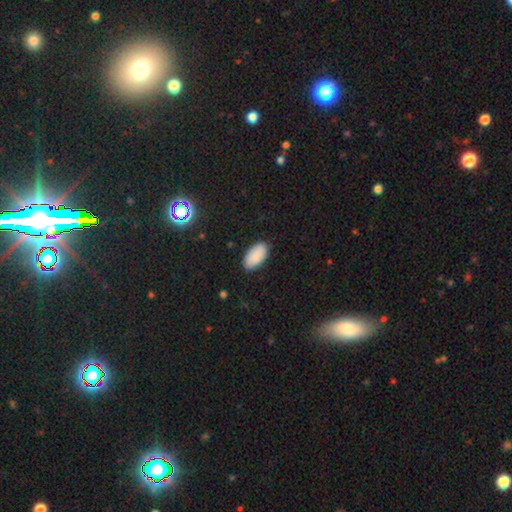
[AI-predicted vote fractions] smooth_or_featured: smooth (p=0.89) [alt: star or artifact p=0.07]
how_rounded: in between (p=0.95) [alt: round p=0.02]
merging: none (p=0.85) [alt: minor disturbance p=0.12]